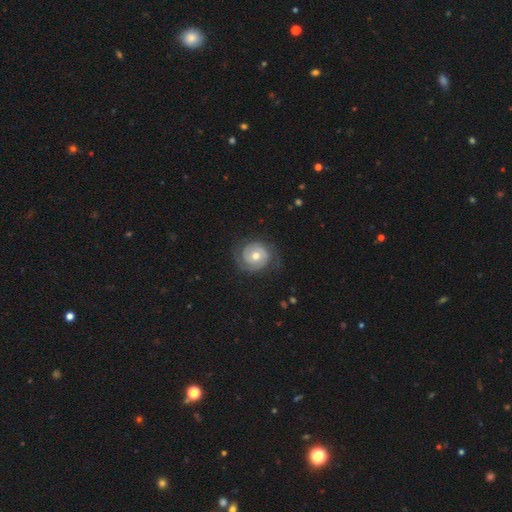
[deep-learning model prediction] The model was most divided on "spiral winding": tight: 60%, medium: 29%, loose: 11%. More confident: edge-on disk — no (98%); spiral arms — yes (90%); smooth or featured — featured or disk (74%); merging — none (73%); bulge size — moderate (71%); spiral arm count — 2 (71%); bar — no (71%).